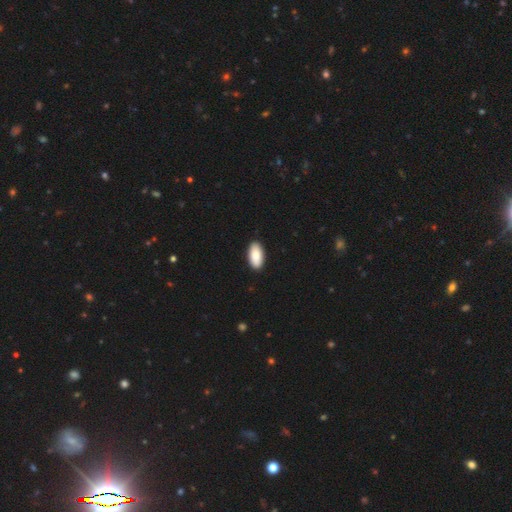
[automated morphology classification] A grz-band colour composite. It shows a smooth galaxy with no disk features (87%) that is in between round and cigar-shaped (94%). Merging: none (91%).